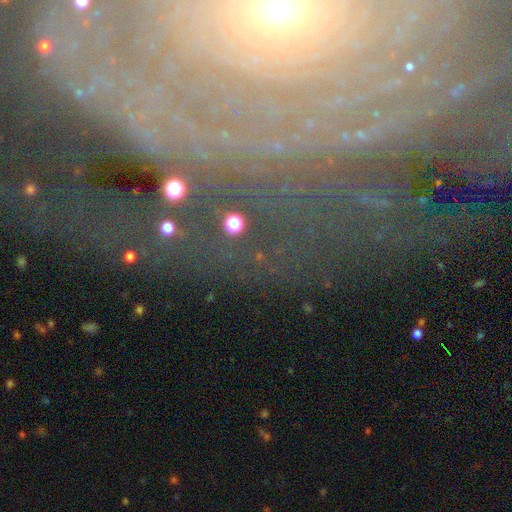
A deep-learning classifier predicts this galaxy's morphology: Smooth or featured? Predicted: featured or disk (p=0.70). Edge-on disk? Predicted: no (p=0.91). Bar? Predicted: no (p=0.53). Spiral arms? Predicted: yes (p=0.89). Spiral winding? Predicted: tight (p=0.80). Spiral arm count? Predicted: can't tell (p=0.33). Bulge size? Predicted: small (p=0.61). Merging? Predicted: none (p=0.74).